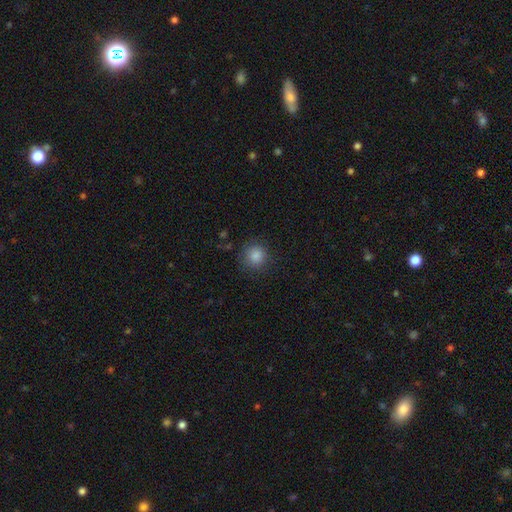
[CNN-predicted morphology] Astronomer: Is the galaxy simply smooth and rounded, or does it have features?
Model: smooth — 86%.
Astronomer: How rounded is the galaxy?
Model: round — 91%.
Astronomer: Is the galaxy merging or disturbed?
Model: none — 84%.